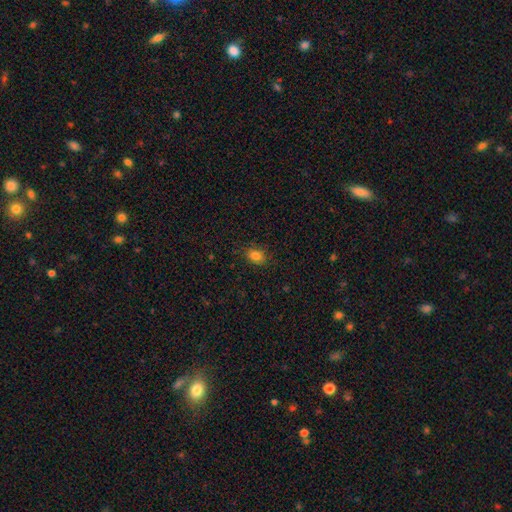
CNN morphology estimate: type=smooth (83%); roundness=in between (69%); merging=none (85%).